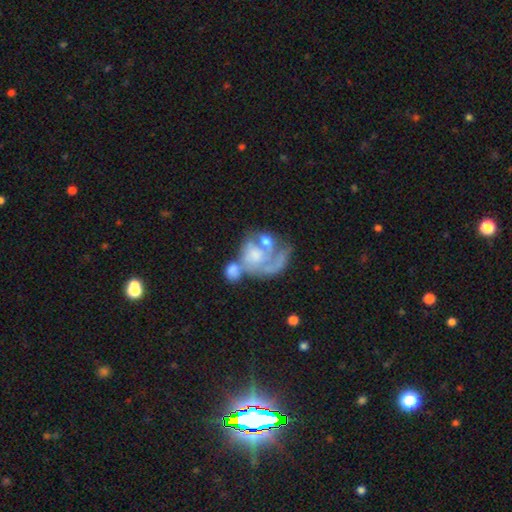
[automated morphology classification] featured or disk 67%, smooth 24%, star or artifact 9%. Down the decision tree: edge-on disk — no (98%); bar — no (82%); spiral arms — yes (54%); bulge size — moderate (36%); merging — merger (39%).